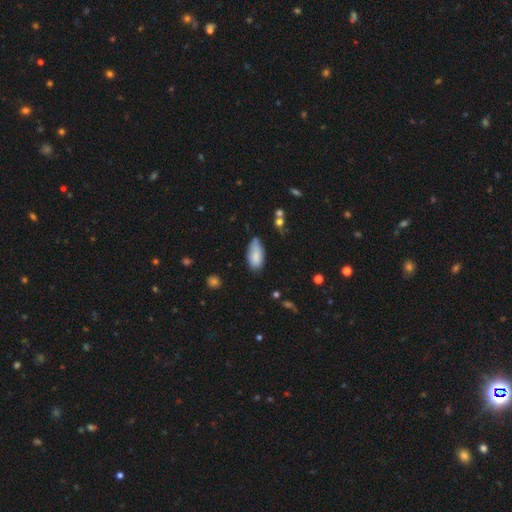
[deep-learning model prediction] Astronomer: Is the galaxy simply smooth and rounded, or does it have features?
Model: smooth — 81%.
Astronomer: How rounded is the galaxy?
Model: in between — 91%.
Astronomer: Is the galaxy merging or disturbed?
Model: none — 56% (runner-up: minor disturbance, 33%).